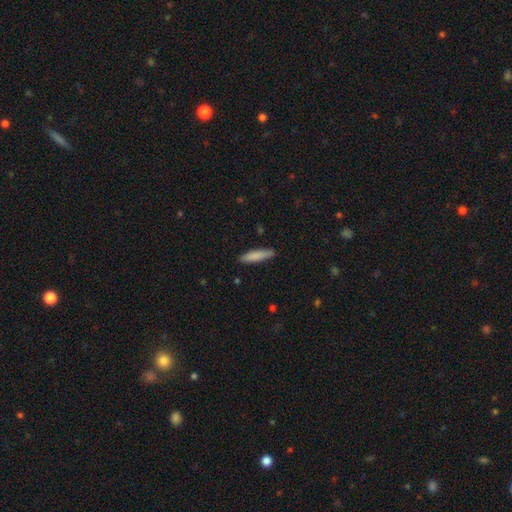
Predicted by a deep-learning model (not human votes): A smooth galaxy with no disk features (83%) that is cigar-shaped (82%).

Vote fractions:
- Smooth or featured? smooth: 83% / featured or disk: 11% / star or artifact: 6%
- How rounded? cigar-shaped: 82% / in between: 17% / round: 1%
- Merging? none: 85% / minor disturbance: 12% / major disturbance: 2% / merger: 1%